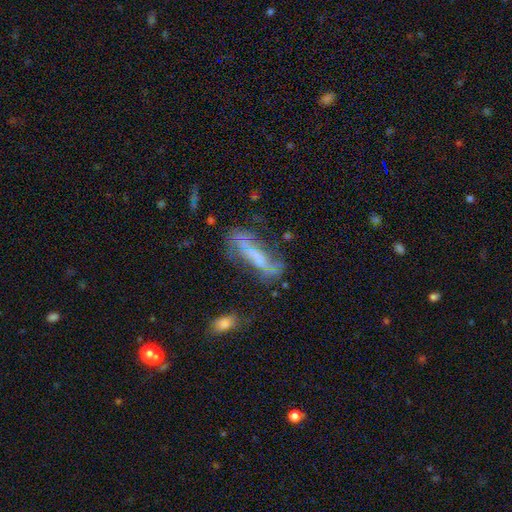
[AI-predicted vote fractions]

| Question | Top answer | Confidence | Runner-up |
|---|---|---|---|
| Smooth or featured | featured or disk | 62% | smooth (27%) |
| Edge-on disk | no | 76% | yes (24%) |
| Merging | none | 47% | minor disturbance (23%) |